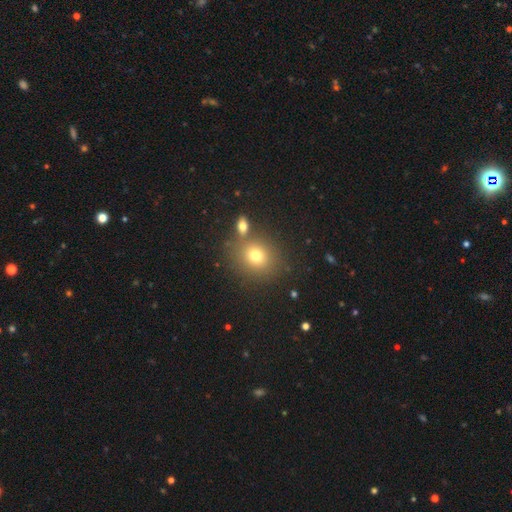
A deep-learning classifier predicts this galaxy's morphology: The model was most divided on "how rounded": round: 74%, in between: 25%, cigar-shaped: 1%. More confident: smooth or featured — smooth (74%); merging — none (73%).